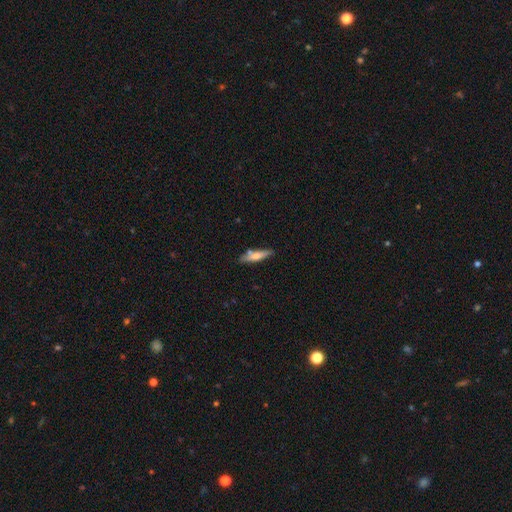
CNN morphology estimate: This is likely a smooth galaxy (64%). How rounded: likely cigar-shaped (80%). Merging: likely none (73%).